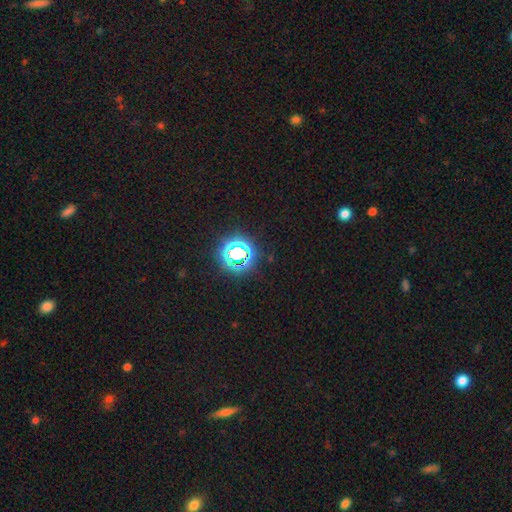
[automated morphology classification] Smooth or featured? Predicted: star or artifact (p=0.76).